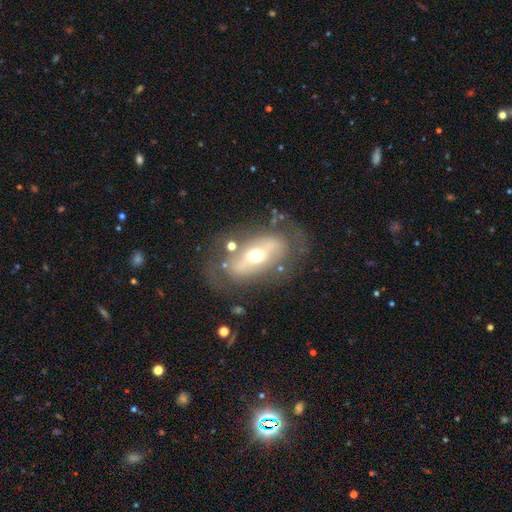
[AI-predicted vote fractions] smooth-or-featured: featured or disk: 68% | smooth: 25% | star or artifact: 7%
  disk-edge-on: no: 87% | yes: 13%
    bar: no: 42% | strong: 32% | weak: 26%
    has-spiral-arms: no: 58% | yes: 42%
    bulge-size: moderate: 68% | small: 21% | large: 9% | dominant: 1% | none: 1%
  merging: none: 67% | minor disturbance: 18% | major disturbance: 12% | merger: 4%